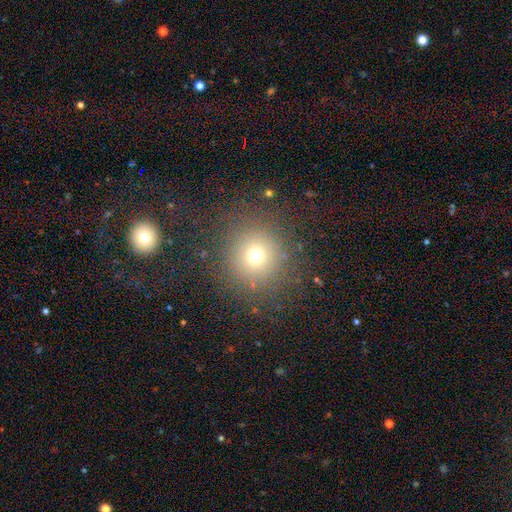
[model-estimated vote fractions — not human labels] The model was most divided on "smooth or featured": smooth: 69%, star or artifact: 21%, featured or disk: 10%. More confident: how rounded — round (92%); merging — none (85%).